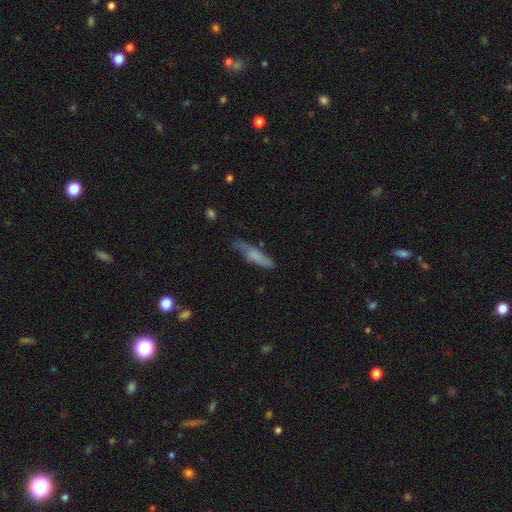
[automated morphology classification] smooth 68%, featured or disk 24%, star or artifact 7%. Down the decision tree: how rounded — cigar-shaped (74%); merging — none (61%).